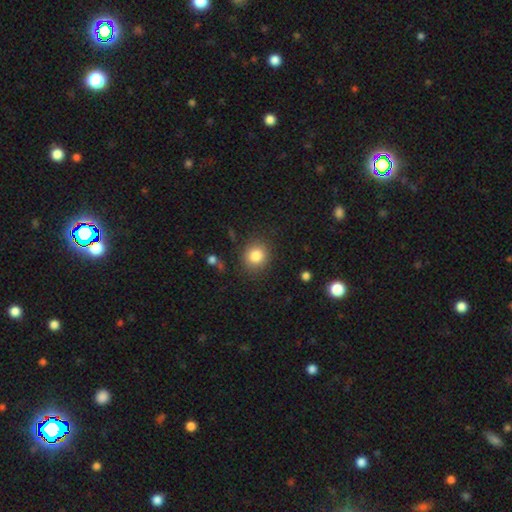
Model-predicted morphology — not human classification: Smooth or featured? smooth (84%)
How rounded? round (82%)
Merging? none (86%)